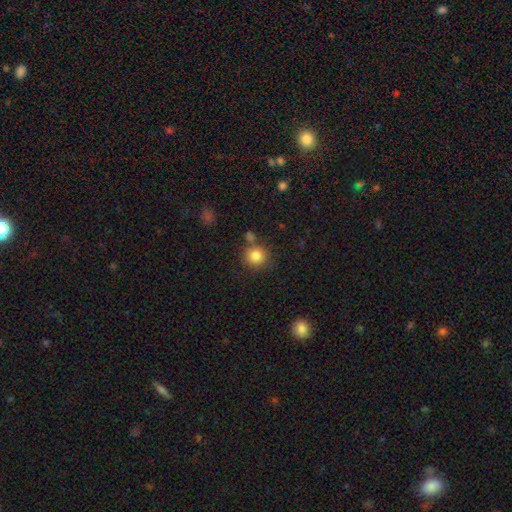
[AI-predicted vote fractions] The model was most divided on "merging": none: 74%, merger: 12%, minor disturbance: 11%, major disturbance: 4%. More confident: how rounded — round (91%); smooth or featured — smooth (84%).